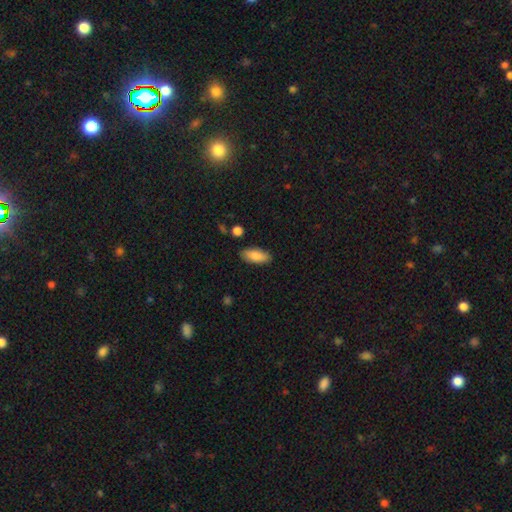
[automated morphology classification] This is clearly a smooth galaxy (85%). How rounded: clearly in between (84%). Merging: clearly none (86%).